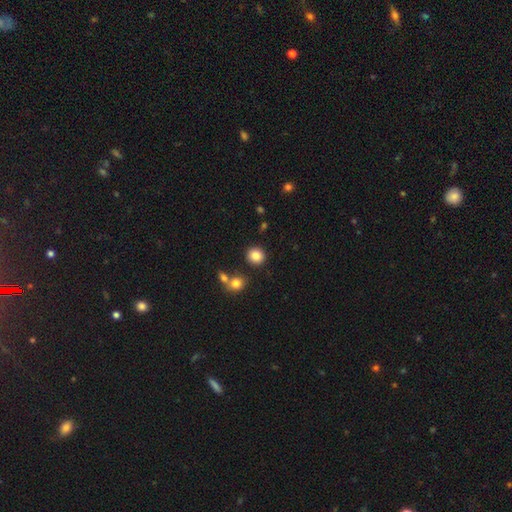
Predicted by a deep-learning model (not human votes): Morphology: type=smooth (84%); roundness=round (89%); merging=none (85%).